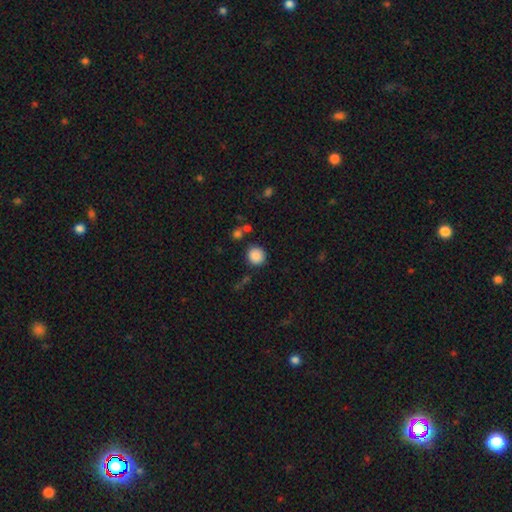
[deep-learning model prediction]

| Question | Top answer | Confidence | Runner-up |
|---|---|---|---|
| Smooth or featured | smooth | 87% | star or artifact (9%) |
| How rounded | round | 87% | in between (12%) |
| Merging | none | 83% | minor disturbance (9%) |